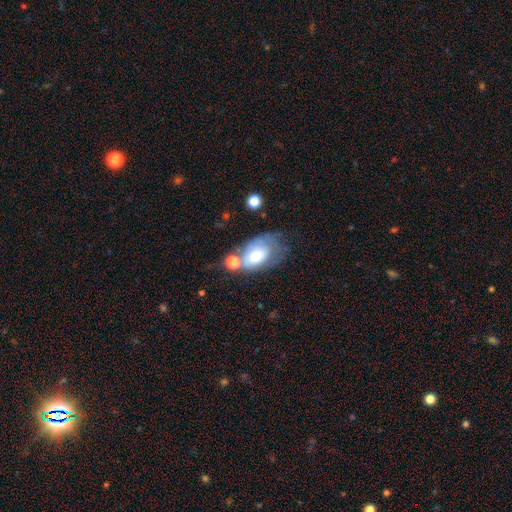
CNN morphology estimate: The model was most divided on "merging": none: 29%, minor disturbance: 25%, merger: 24%, major disturbance: 23%. More confident: how rounded — in between (89%); smooth or featured — smooth (62%).